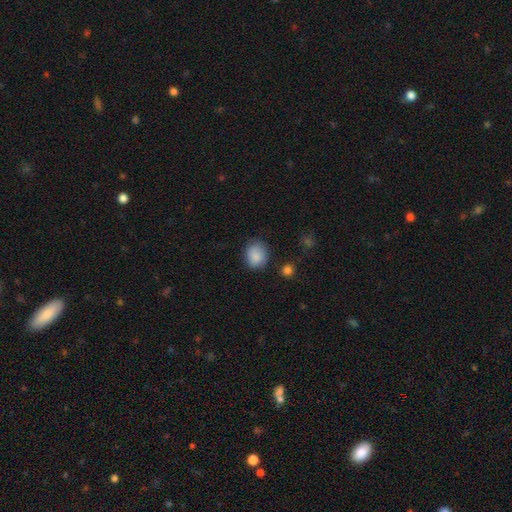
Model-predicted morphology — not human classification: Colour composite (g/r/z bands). It shows a smooth galaxy with no disk features (87%) that is round (60%). Merging: none (77%).